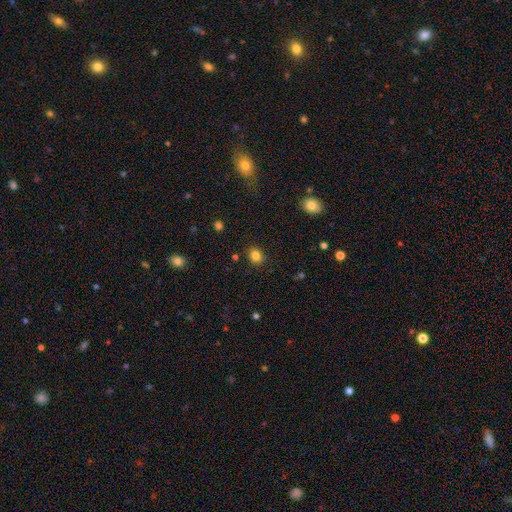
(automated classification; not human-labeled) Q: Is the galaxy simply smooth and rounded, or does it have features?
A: smooth — 82%.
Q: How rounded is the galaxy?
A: round — 70%.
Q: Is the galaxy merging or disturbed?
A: none — 88%.